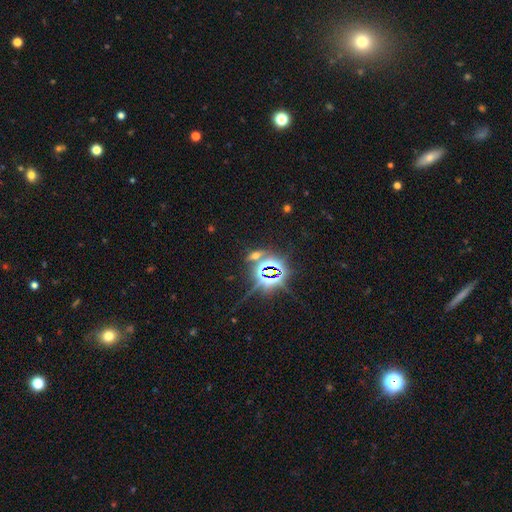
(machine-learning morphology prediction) smooth_or_featured: star or artifact (p=0.66) [alt: smooth p=0.21]